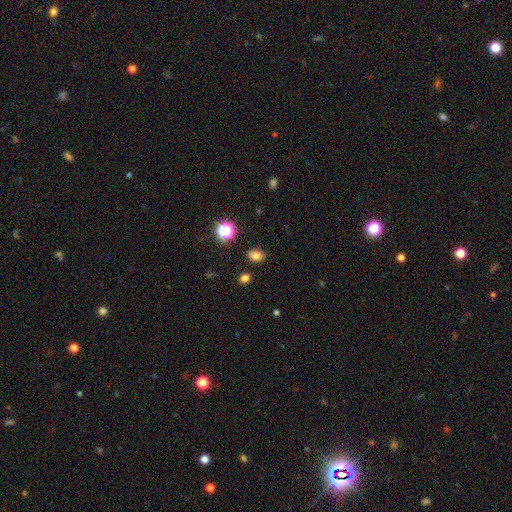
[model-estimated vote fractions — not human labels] Smooth or featured? Predicted: smooth (p=0.78). How rounded? Predicted: in between (p=0.69). Merging? Predicted: none (p=0.86).